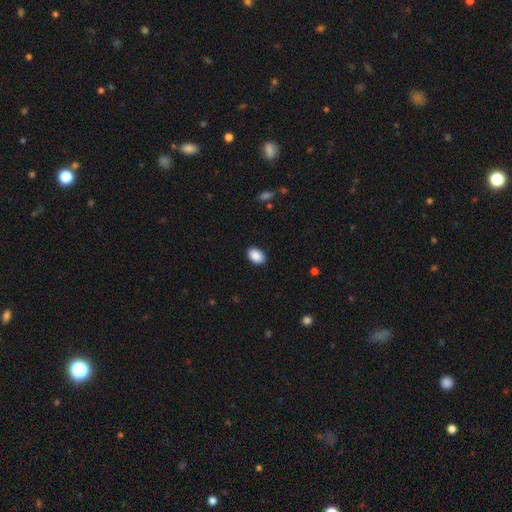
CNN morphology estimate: smooth-or-featured: smooth: 90% | star or artifact: 7% | featured or disk: 3%
  how-rounded: in between: 87% | round: 12% | cigar-shaped: 1%
  merging: none: 89% | minor disturbance: 8% | major disturbance: 2% | merger: 1%